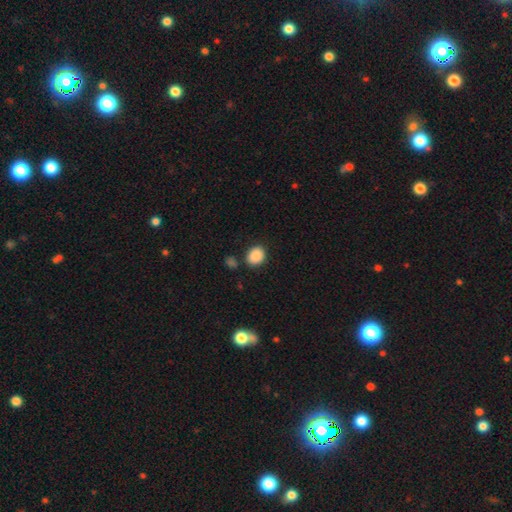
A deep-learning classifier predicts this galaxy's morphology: type=smooth (88%); roundness=round (50%); merging=none (82%).